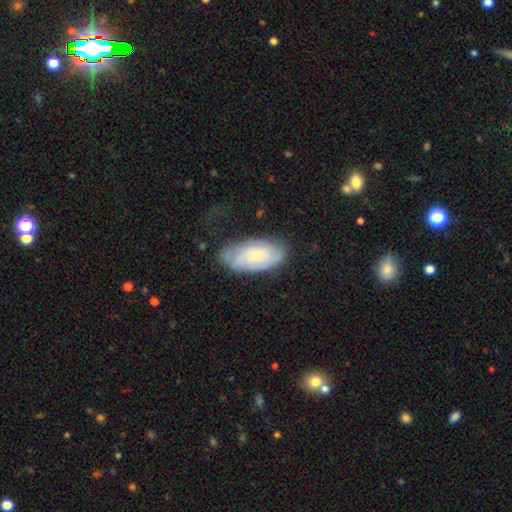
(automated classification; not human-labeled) Smooth or featured? Predicted: featured or disk (p=0.48). Merging? Predicted: none (p=0.60).